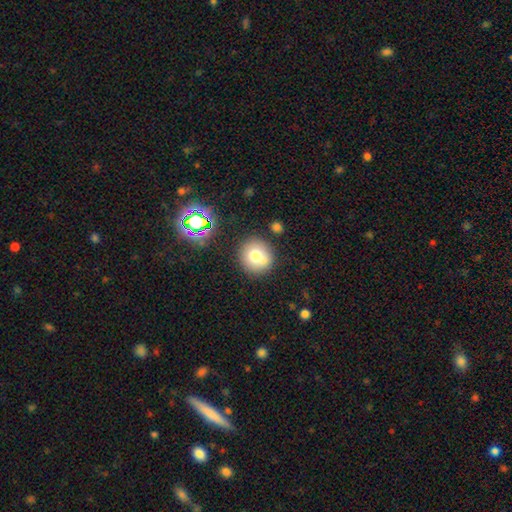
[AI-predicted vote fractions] Overall: smooth (72%). How rounded: round (91%). Merging: none (75%).